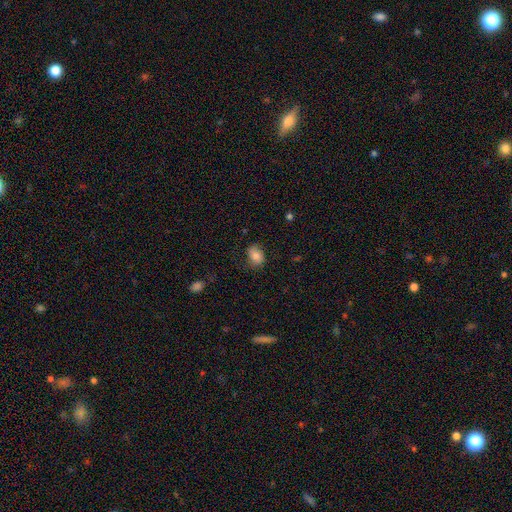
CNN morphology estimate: Overall: smooth (80%). How rounded: in between (75%). Merging: none (68%).